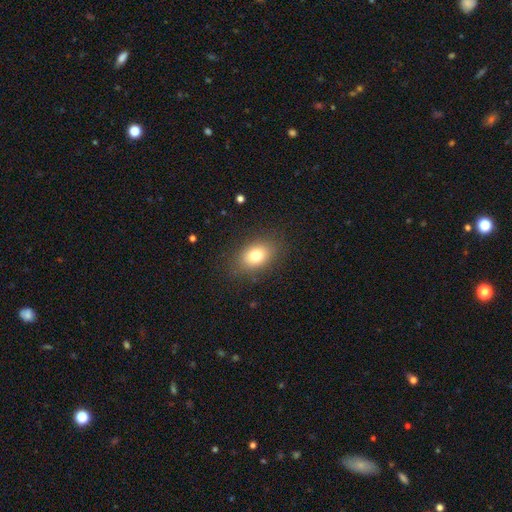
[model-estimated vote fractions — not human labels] A smooth galaxy with no disk features (78%) that is in between round and cigar-shaped (78%). Merging: none (85%).